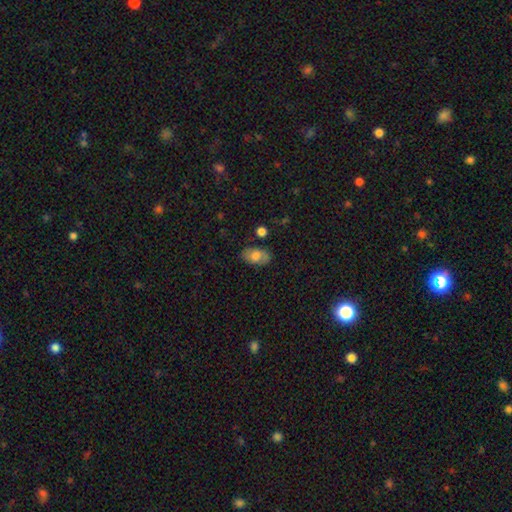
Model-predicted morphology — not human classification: This appears to be a smooth galaxy with no disk features (69%) that is in between round and cigar-shaped (91%). Merging: none (75%).